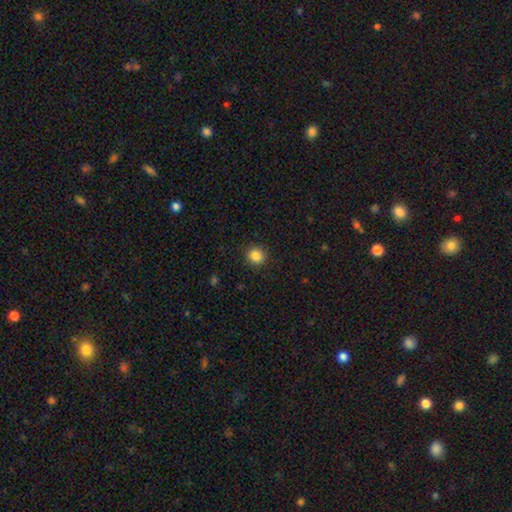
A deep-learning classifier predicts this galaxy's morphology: A smooth galaxy with no disk features (85%) that is round (91%). Merging: none (89%).